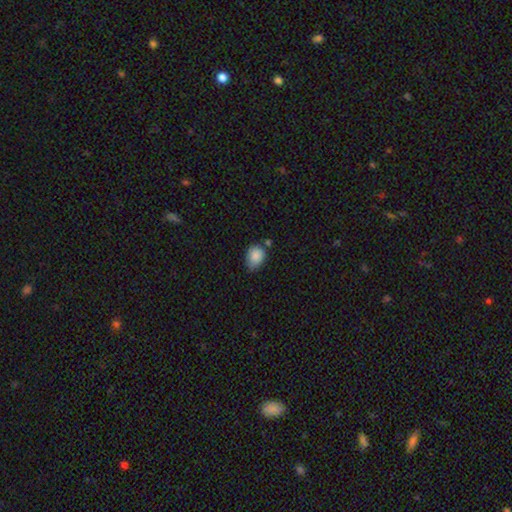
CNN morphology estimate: This appears to be a smooth galaxy with no disk features (86%) that is in between round and cigar-shaped (55%). Merging: none (54%).